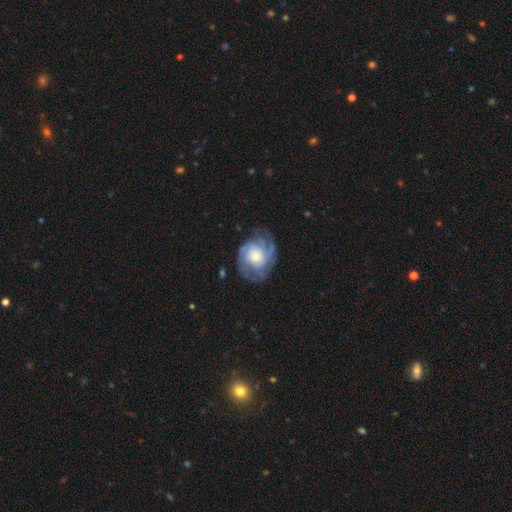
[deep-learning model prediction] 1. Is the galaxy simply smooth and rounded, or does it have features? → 76% featured or disk, 18% smooth, 6% star or artifact.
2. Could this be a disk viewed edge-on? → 98% no, 2% yes.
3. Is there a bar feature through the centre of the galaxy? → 80% no, 17% weak, 3% strong.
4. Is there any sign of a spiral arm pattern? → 92% yes, 8% no.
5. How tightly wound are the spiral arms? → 57% tight, 33% medium, 10% loose.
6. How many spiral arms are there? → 35% can't tell, 21% 3, 20% 2, 11% 4, 6% more than 4, 6% 1.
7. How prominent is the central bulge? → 39% moderate, 31% small, 23% large, 4% none, 3% dominant.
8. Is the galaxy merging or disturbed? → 68% none, 20% minor disturbance, 11% major disturbance, 1% merger.